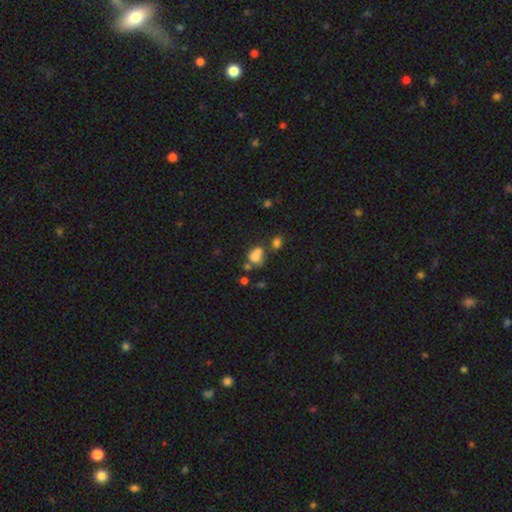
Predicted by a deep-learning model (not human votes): Smooth or featured? Predicted: smooth (p=0.71). How rounded? Predicted: round (p=0.53). Merging? Predicted: merger (p=0.39).